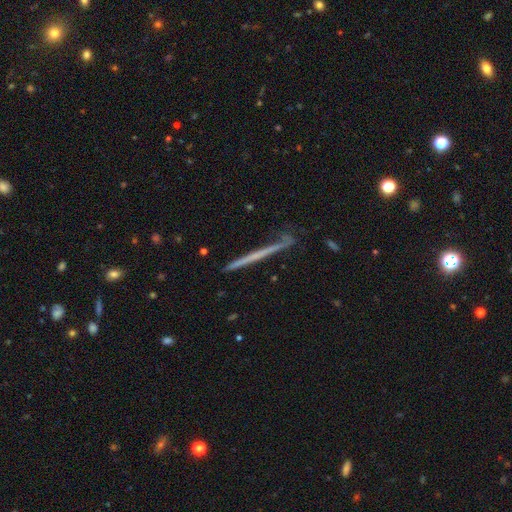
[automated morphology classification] Smooth or featured? Predicted: featured or disk (p=0.57). Edge-on disk? Predicted: yes (p=0.97). Edge-on bulge? Predicted: none (p=0.84). Merging? Predicted: none (p=0.85).